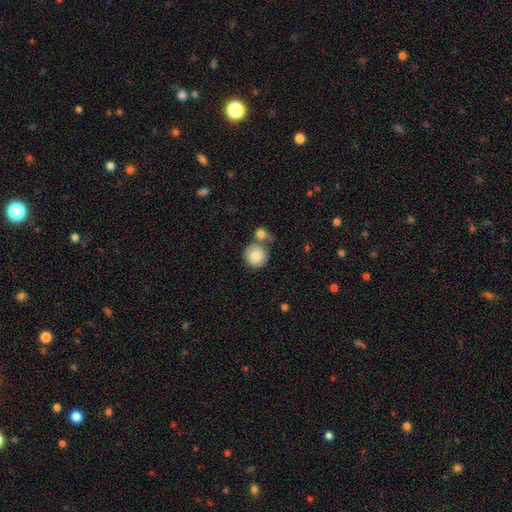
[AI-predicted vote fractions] Smooth or featured?
  - smooth: 73% *
  - featured or disk: 20%
  - star or artifact: 7%
How rounded?
  - round: 89% *
  - in between: 10%
  - cigar-shaped: 1%
Merging?
  - none: 46% *
  - merger: 33%
  - minor disturbance: 14%
  - major disturbance: 7%